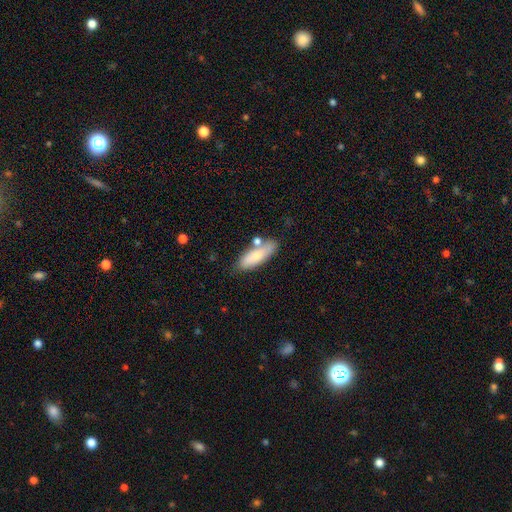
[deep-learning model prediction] Q: Smooth or featured?
A: smooth (72%); runner-up: featured or disk (21%)
Q: How rounded?
A: in between (62%); runner-up: cigar-shaped (35%)
Q: Merging?
A: none (65%); runner-up: minor disturbance (17%)